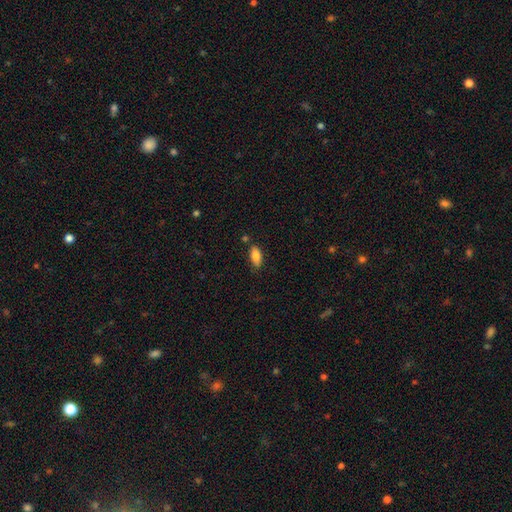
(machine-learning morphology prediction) Overall: smooth (84%). How rounded: in between (89%). Merging: none (76%).